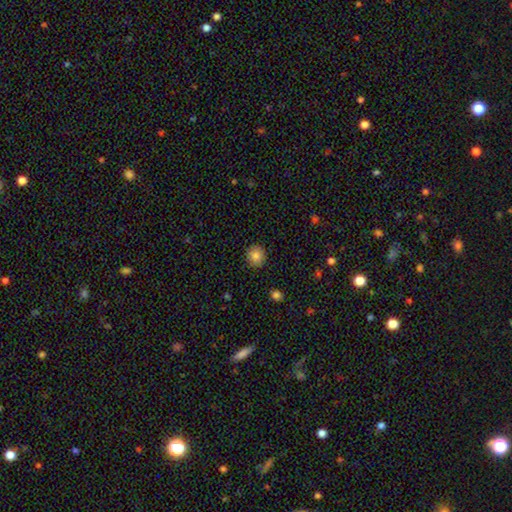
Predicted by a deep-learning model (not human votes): Smooth or featured?
  - smooth: 84% *
  - star or artifact: 9%
  - featured or disk: 6%
How rounded?
  - round: 87% *
  - in between: 12%
  - cigar-shaped: 1%
Merging?
  - none: 91% *
  - minor disturbance: 6%
  - major disturbance: 2%
  - merger: 1%